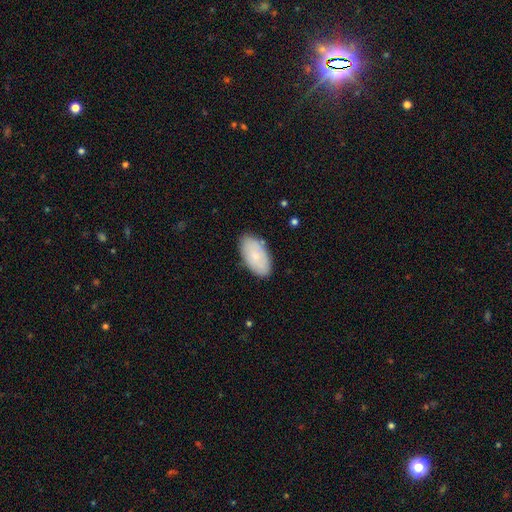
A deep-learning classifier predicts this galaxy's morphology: smooth 73%, featured or disk 21%, star or artifact 6%. Down the decision tree: how rounded — in between (95%); merging — none (83%).